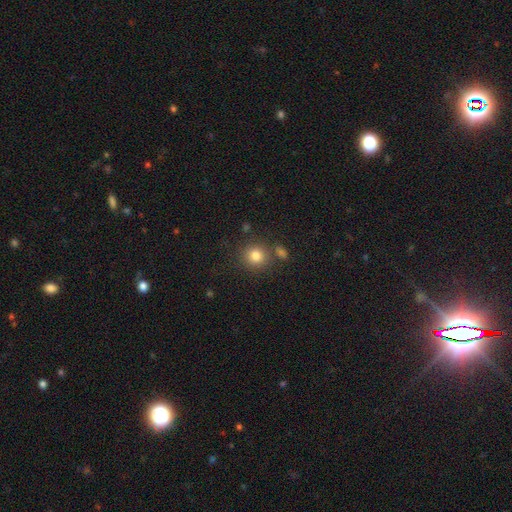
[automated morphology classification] Smooth or featured?
  - smooth: 81% *
  - star or artifact: 12%
  - featured or disk: 7%
How rounded?
  - round: 89% *
  - in between: 10%
  - cigar-shaped: 1%
Merging?
  - none: 78% *
  - merger: 9%
  - minor disturbance: 9%
  - major disturbance: 3%